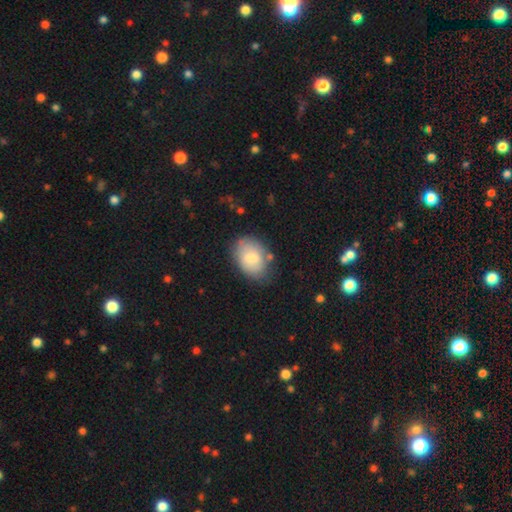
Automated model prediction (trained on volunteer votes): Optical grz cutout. It shows a smooth galaxy with no disk features (72%) that is in between round and cigar-shaped (79%). Merging: none (69%).